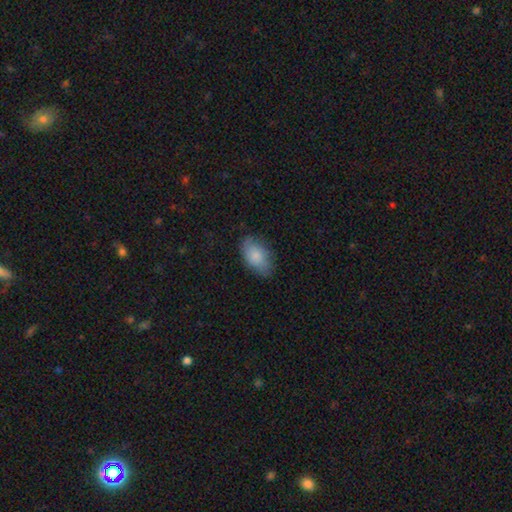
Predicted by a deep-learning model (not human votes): Q: Smooth or featured?
A: smooth (78%); runner-up: featured or disk (15%)
Q: How rounded?
A: in between (91%); runner-up: round (7%)
Q: Merging?
A: none (73%); runner-up: minor disturbance (21%)